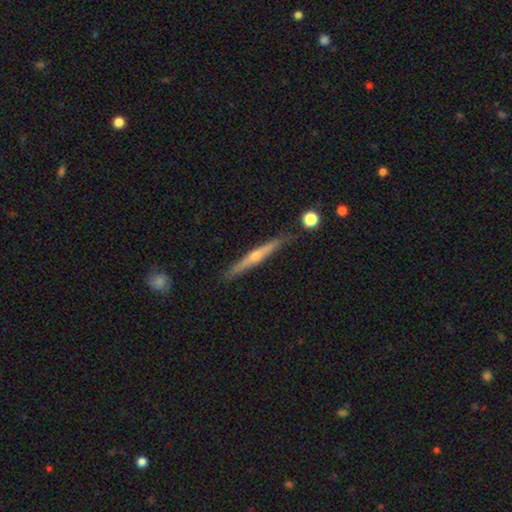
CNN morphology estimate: type=featured or disk (69%); edge-on=yes (97%); edge-on bulge=rounded (83%); merging=none (87%).